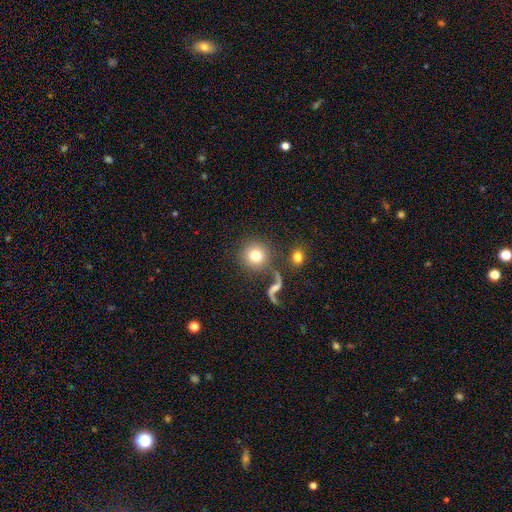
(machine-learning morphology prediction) Smooth or featured?
  - smooth: 75% *
  - featured or disk: 15%
  - star or artifact: 10%
How rounded?
  - round: 94% *
  - in between: 5%
  - cigar-shaped: 1%
Merging?
  - none: 76% *
  - merger: 10%
  - minor disturbance: 9%
  - major disturbance: 5%